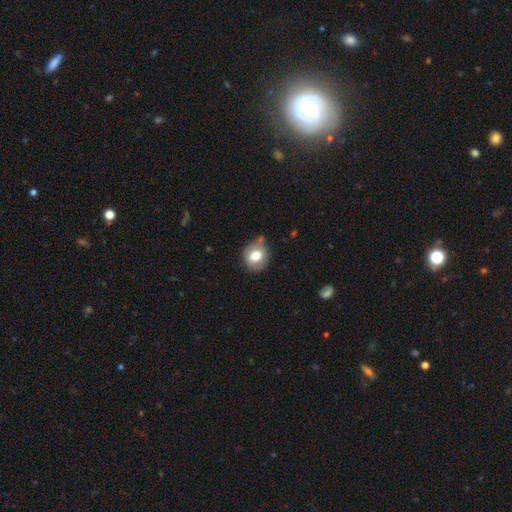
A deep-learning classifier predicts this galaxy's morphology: smooth-or-featured: smooth: 74% | featured or disk: 18% | star or artifact: 9%
  how-rounded: round: 69% | in between: 30% | cigar-shaped: 1%
  merging: none: 73% | minor disturbance: 17% | merger: 6% | major disturbance: 4%